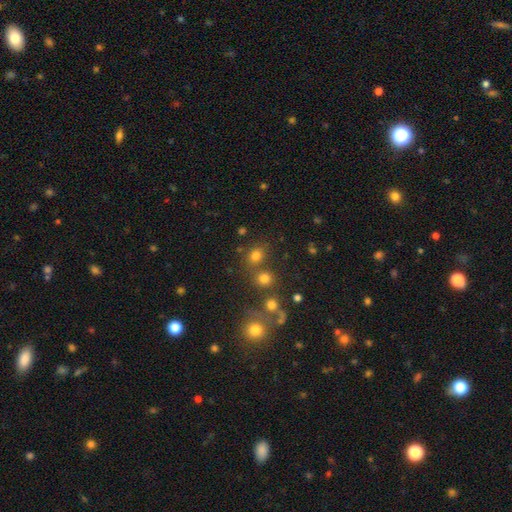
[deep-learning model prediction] The model was most divided on "merging": none: 65%, merger: 21%, minor disturbance: 10%, major disturbance: 5%. More confident: how rounded — round (75%); smooth or featured — smooth (73%).